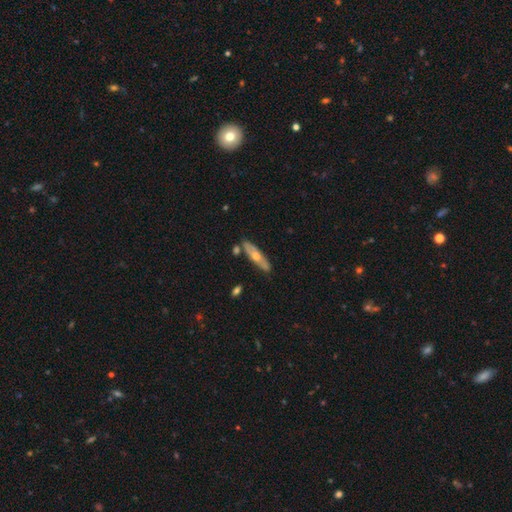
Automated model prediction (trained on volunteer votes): Q: Smooth or featured?
A: featured or disk (53%); runner-up: smooth (42%)
Q: Edge-on disk?
A: yes (60%); runner-up: no (40%)
Q: Merging?
A: none (78%); runner-up: minor disturbance (13%)